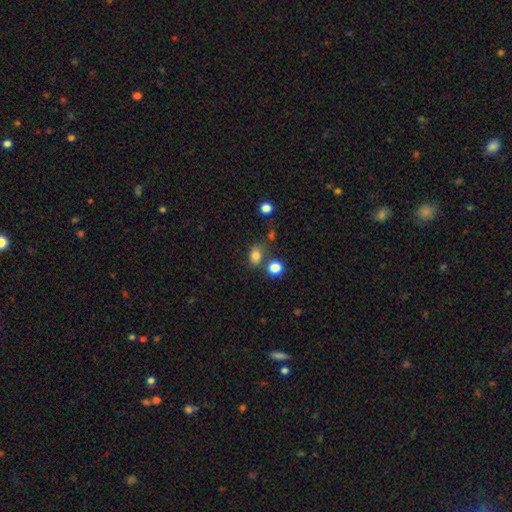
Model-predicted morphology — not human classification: Smooth or featured: smooth — 80% (star or artifact — 14%)
How rounded: in between — 59% (round — 40%)
Merging: none — 61% (minor disturbance — 18%)